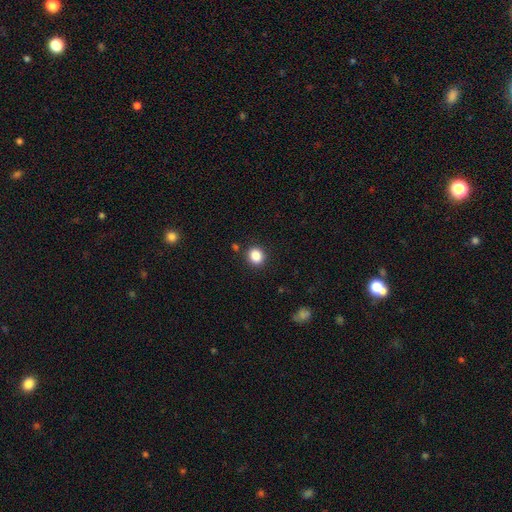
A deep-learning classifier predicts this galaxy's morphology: Q: Smooth or featured?
A: smooth (86%); runner-up: star or artifact (10%)
Q: How rounded?
A: round (80%); runner-up: in between (19%)
Q: Merging?
A: none (89%); runner-up: minor disturbance (6%)